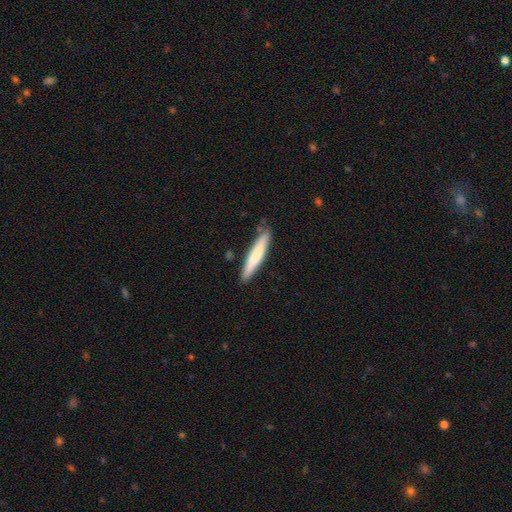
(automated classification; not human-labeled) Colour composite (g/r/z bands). It shows a smooth galaxy with no disk features (72%) that is cigar-shaped (91%). Merging: none (82%).